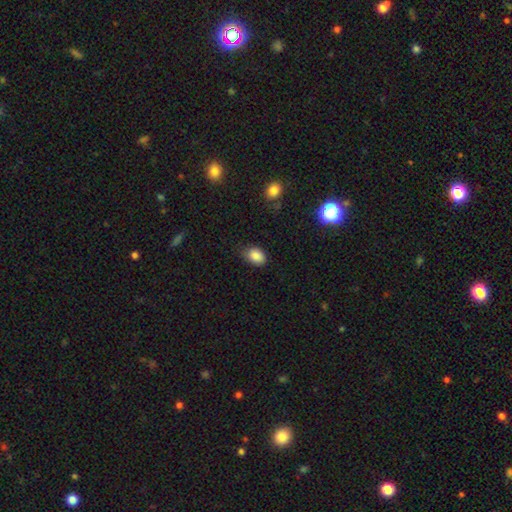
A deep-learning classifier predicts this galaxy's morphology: Smooth or featured? Predicted: smooth (p=0.87). How rounded? Predicted: in between (p=0.75). Merging? Predicted: none (p=0.72).